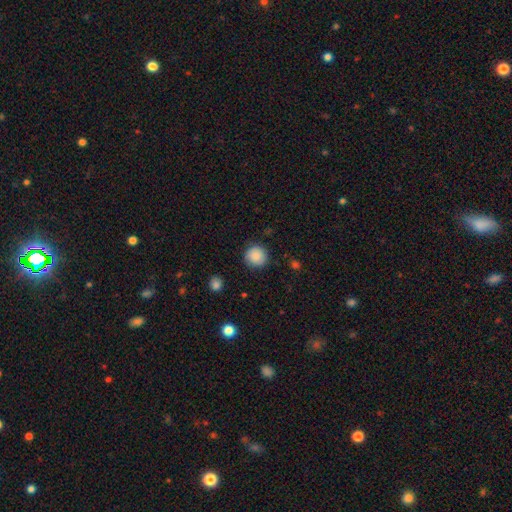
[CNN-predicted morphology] Q: Smooth or featured?
A: smooth (88%); runner-up: star or artifact (8%)
Q: How rounded?
A: round (94%); runner-up: in between (5%)
Q: Merging?
A: none (88%); runner-up: minor disturbance (8%)